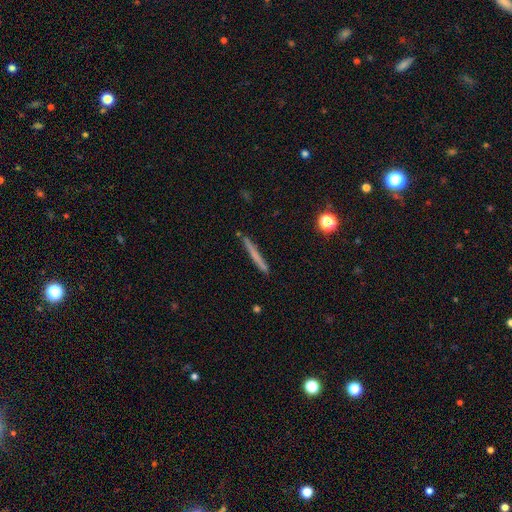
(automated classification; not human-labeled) Smooth or featured? Predicted: smooth (p=0.59). How rounded? Predicted: cigar-shaped (p=0.96). Merging? Predicted: none (p=0.89).